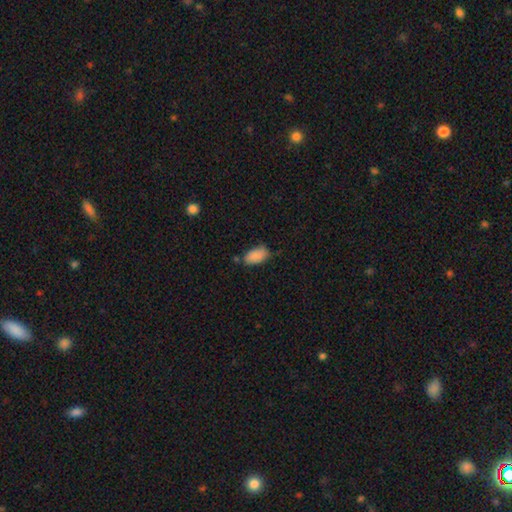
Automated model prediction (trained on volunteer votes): This appears to be a smooth galaxy with no disk features (87%) that is in between round and cigar-shaped (93%). Merging: none (63%).